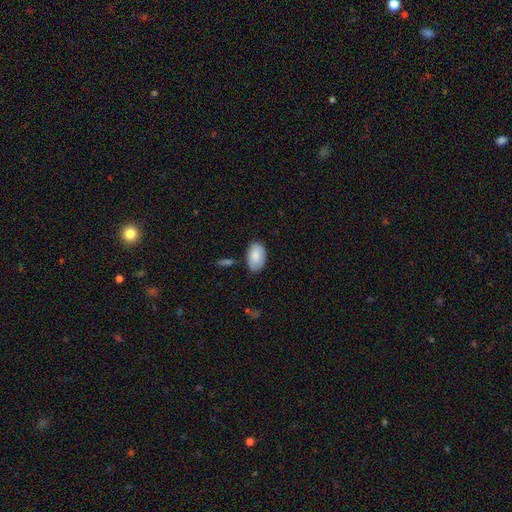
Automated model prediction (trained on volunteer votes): Smooth or featured? Predicted: smooth (p=0.85). How rounded? Predicted: in between (p=0.93). Merging? Predicted: none (p=0.78).